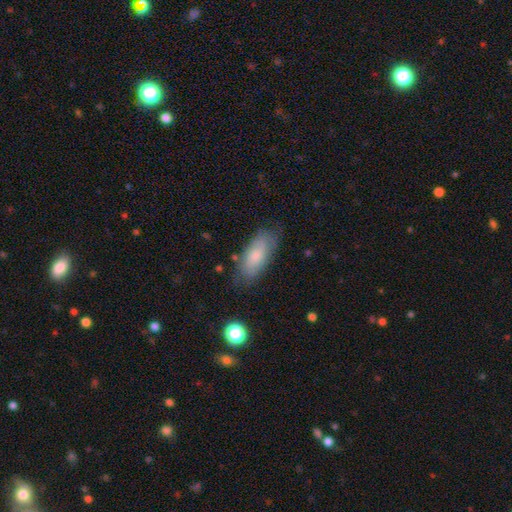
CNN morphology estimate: Smooth or featured: smooth — 74% (featured or disk — 19%)
How rounded: in between — 86% (cigar-shaped — 12%)
Merging: none — 73% (minor disturbance — 20%)